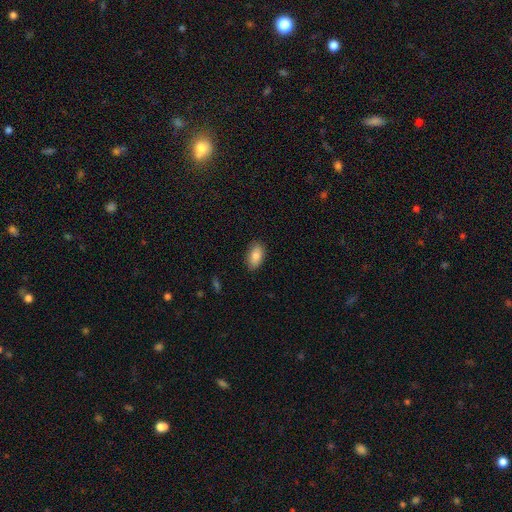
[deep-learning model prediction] Smooth or featured? Predicted: smooth (p=0.84). How rounded? Predicted: in between (p=0.92). Merging? Predicted: none (p=0.86).